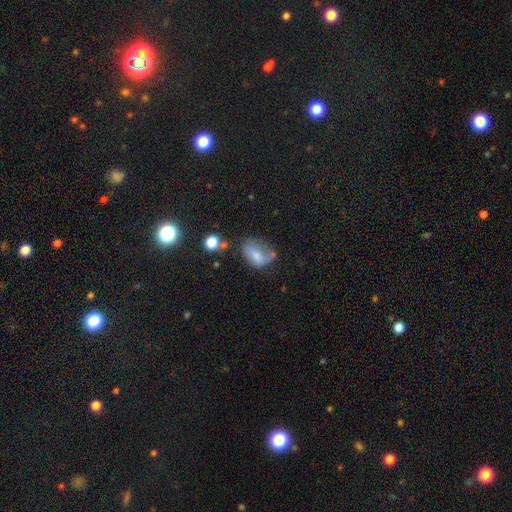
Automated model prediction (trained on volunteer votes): The model was most divided on "merging": none: 34%, minor disturbance: 31%, major disturbance: 26%, merger: 9%. More confident: how rounded — in between (82%); smooth or featured — smooth (60%).